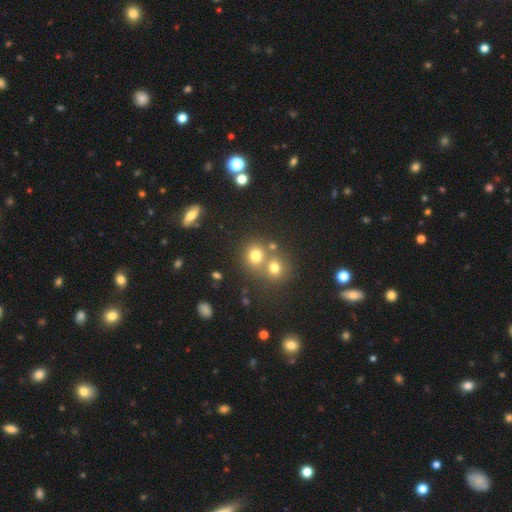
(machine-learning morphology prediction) Smooth or featured? smooth (73%)
How rounded? round (82%)
Merging? none (52%)